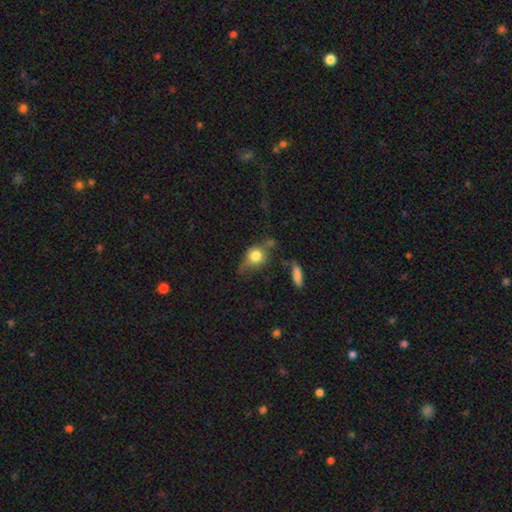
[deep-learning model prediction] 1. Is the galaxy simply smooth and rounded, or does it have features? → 71% smooth, 18% featured or disk, 11% star or artifact.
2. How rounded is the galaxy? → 60% round, 36% in between, 4% cigar-shaped.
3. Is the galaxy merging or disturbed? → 46% none, 29% minor disturbance, 16% major disturbance, 9% merger.